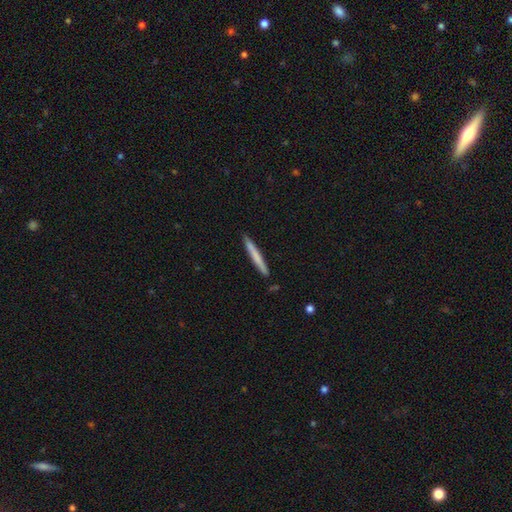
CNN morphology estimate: Overall: smooth (66%; featured or disk 29%). How rounded: cigar-shaped (97%). Merging: none (89%).